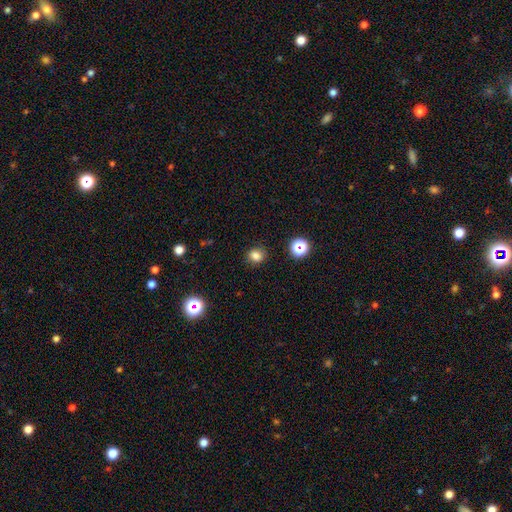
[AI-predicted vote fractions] smooth 81%, star or artifact 15%, featured or disk 5%. Down the decision tree: how rounded — round (64%); merging — none (84%).